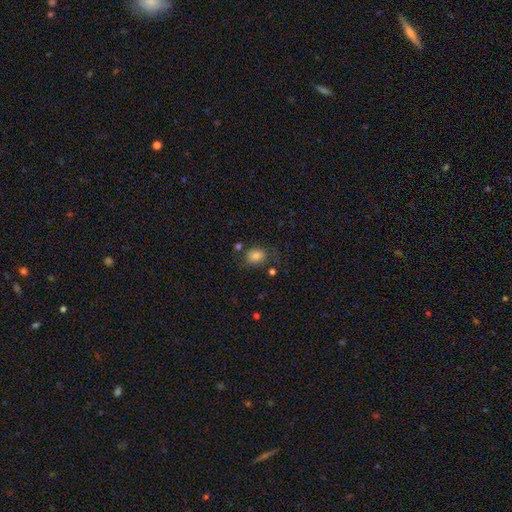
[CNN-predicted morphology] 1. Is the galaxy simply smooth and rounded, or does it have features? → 78% smooth, 12% star or artifact, 10% featured or disk.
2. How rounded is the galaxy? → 52% in between, 47% round, 1% cigar-shaped.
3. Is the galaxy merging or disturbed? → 63% none, 21% minor disturbance, 10% major disturbance, 6% merger.